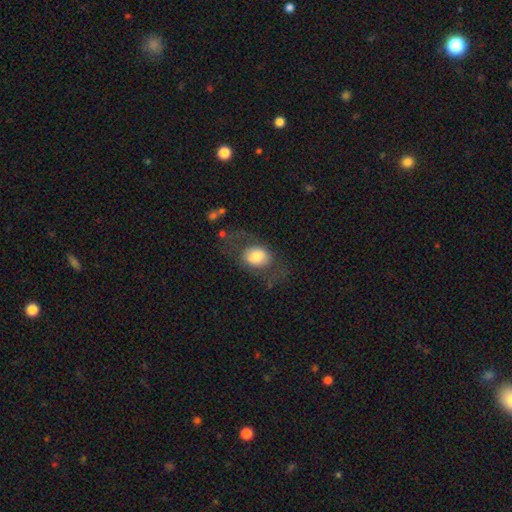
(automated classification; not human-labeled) A smooth galaxy with no disk features (66%) that is in between round and cigar-shaped (57%).

Vote fractions:
- Smooth or featured? smooth: 66% / featured or disk: 26% / star or artifact: 7%
- How rounded? in between: 57% / round: 42% / cigar-shaped: 1%
- Merging? none: 57% / major disturbance: 22% / minor disturbance: 19% / merger: 2%